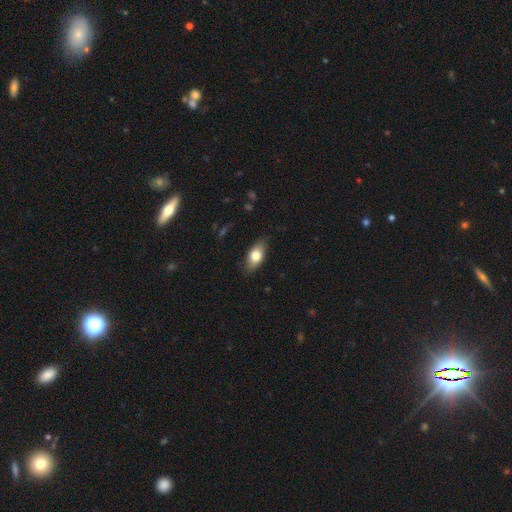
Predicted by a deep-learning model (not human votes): Overall: smooth (75%). How rounded: in between (86%). Merging: none (82%).